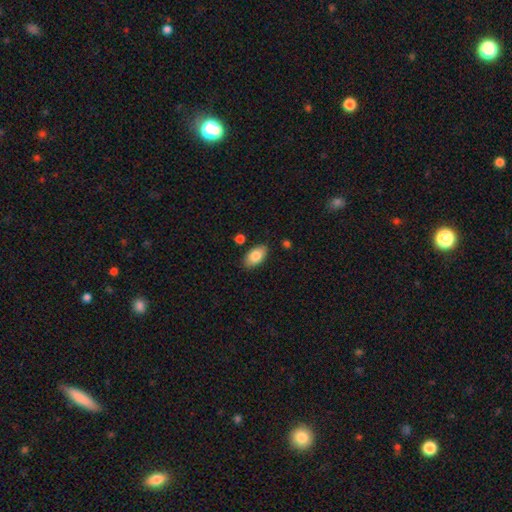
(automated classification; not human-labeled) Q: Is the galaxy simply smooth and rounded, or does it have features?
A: smooth — 83%.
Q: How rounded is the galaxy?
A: in between — 94%.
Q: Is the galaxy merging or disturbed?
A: none — 84%.